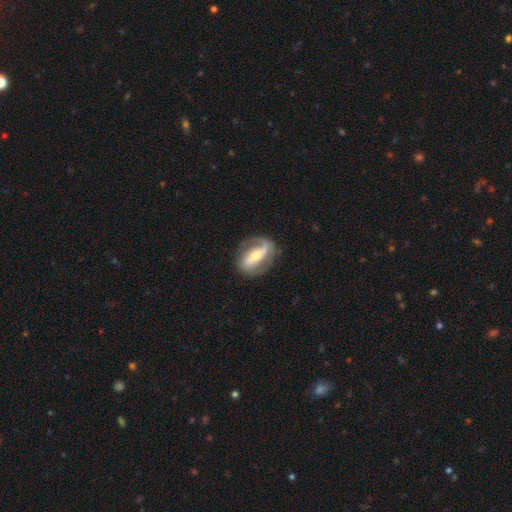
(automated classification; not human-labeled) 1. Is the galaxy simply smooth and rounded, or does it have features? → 79% featured or disk, 16% smooth, 5% star or artifact.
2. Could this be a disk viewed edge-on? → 92% no, 8% yes.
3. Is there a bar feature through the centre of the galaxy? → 60% strong, 22% weak, 18% no.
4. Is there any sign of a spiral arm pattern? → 84% yes, 16% no.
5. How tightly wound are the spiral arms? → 38% medium, 33% loose, 29% tight.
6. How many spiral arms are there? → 78% 2, 13% 1, 7% can't tell, 1% 3, 1% 4, 1% more than 4.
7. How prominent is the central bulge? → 51% moderate, 43% small, 4% large, 1% none, 1% dominant.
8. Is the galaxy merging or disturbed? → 77% none, 15% minor disturbance, 7% major disturbance, 1% merger.